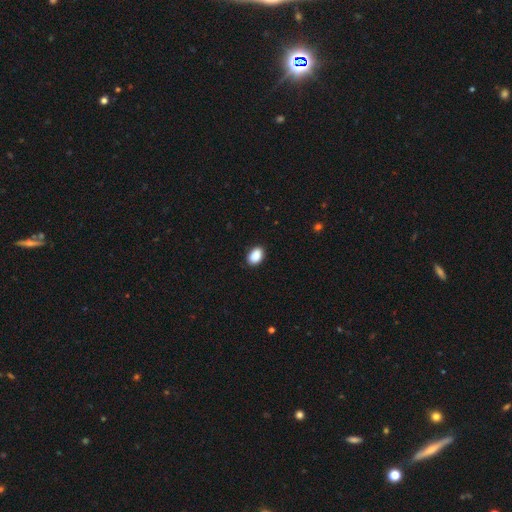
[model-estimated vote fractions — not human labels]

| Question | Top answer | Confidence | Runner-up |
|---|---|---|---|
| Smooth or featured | smooth | 90% | star or artifact (7%) |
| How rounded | in between | 85% | round (14%) |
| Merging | none | 88% | minor disturbance (10%) |